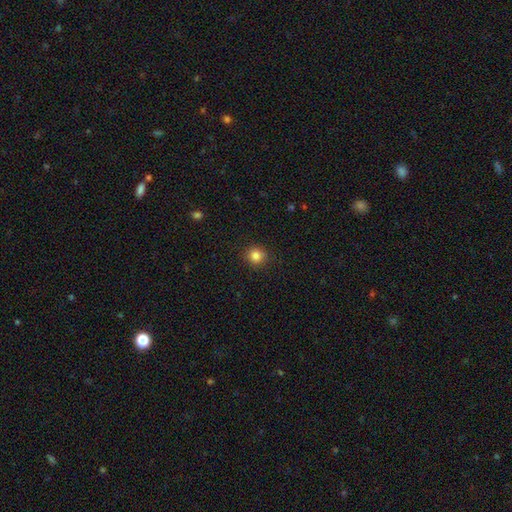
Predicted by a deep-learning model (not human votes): This is clearly a smooth galaxy (84%). How rounded: clearly round (92%). Merging: clearly none (90%).